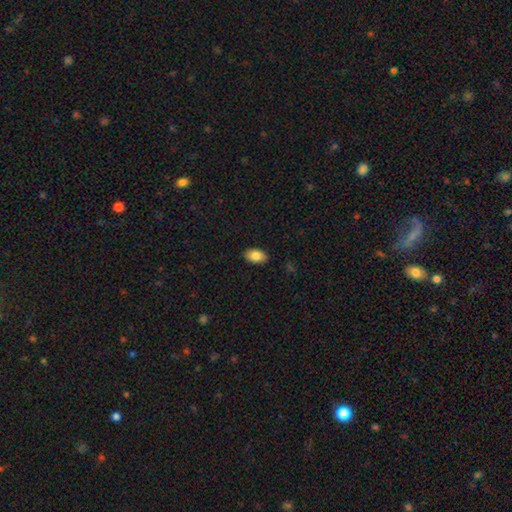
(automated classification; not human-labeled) Morphology: type=smooth (85%); roundness=in between (92%); merging=none (89%).